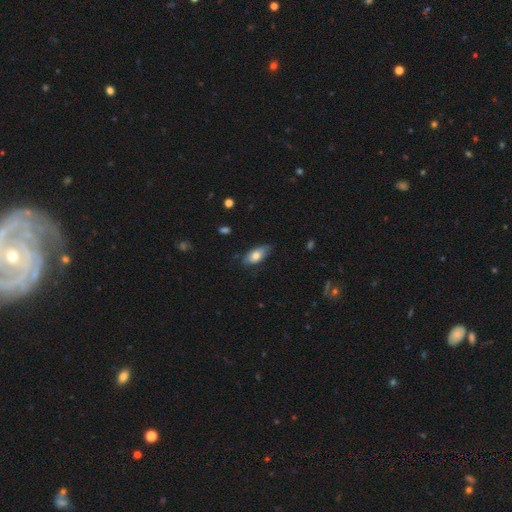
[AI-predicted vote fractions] Smooth or featured: smooth — 72% (featured or disk — 21%)
How rounded: in between — 86% (cigar-shaped — 11%)
Merging: none — 69% (minor disturbance — 25%)